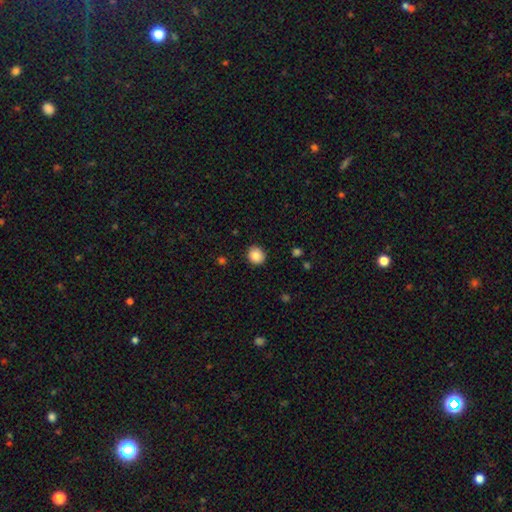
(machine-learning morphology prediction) smooth 87%, star or artifact 9%, featured or disk 4%. Down the decision tree: how rounded — round (81%); merging — none (89%).